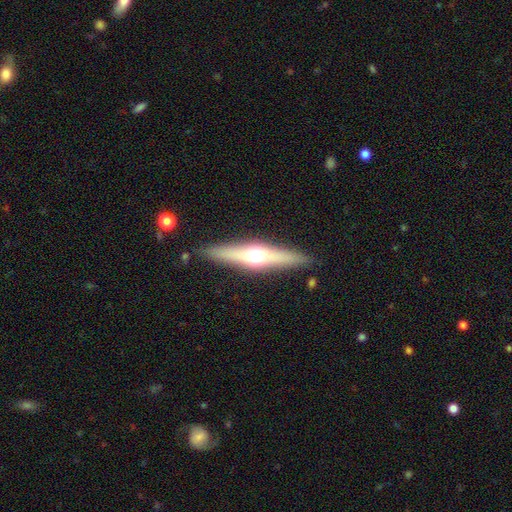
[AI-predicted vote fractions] Q: Smooth or featured?
A: featured or disk (61%); runner-up: smooth (32%)
Q: Edge-on disk?
A: yes (93%); runner-up: no (7%)
Q: Edge-on bulge?
A: rounded (94%); runner-up: none (3%)
Q: Merging?
A: none (88%); runner-up: minor disturbance (8%)